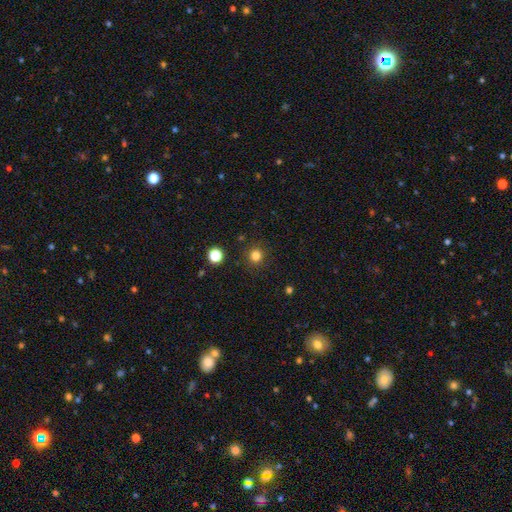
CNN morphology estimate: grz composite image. It shows a smooth galaxy with no disk features (81%) that is round (94%). Merging: none (90%).